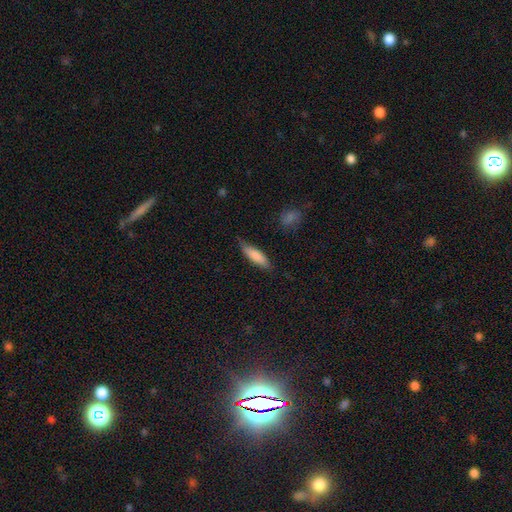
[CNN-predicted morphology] This appears to be a smooth galaxy with no disk features (81%) that is cigar-shaped (60%). Merging: none (72%).